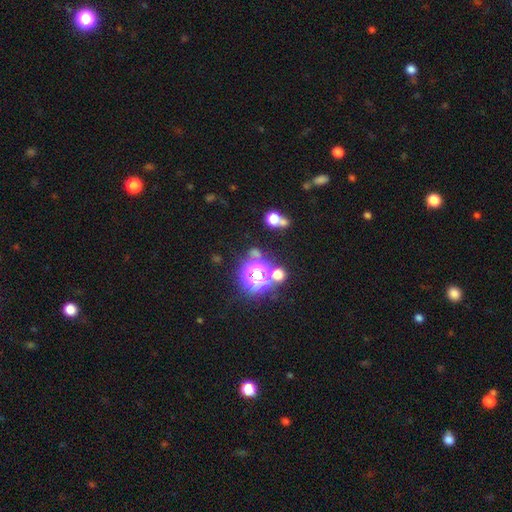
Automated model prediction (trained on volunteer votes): Morphology: type=star or artifact (68%).